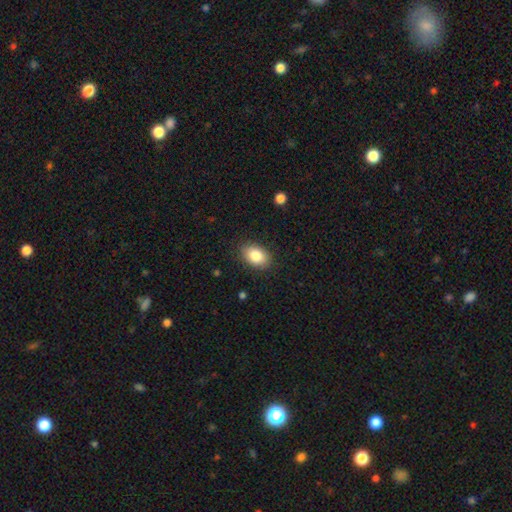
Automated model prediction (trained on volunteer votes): Smooth or featured: smooth — 85% (star or artifact — 8%)
How rounded: in between — 85% (round — 14%)
Merging: none — 86% (minor disturbance — 10%)